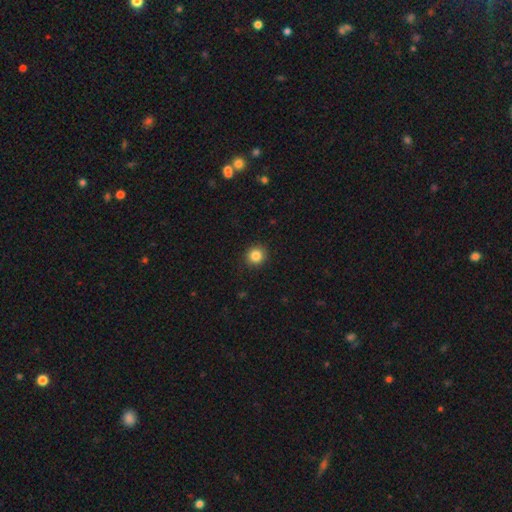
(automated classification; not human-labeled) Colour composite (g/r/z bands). It shows a smooth galaxy with no disk features (85%) that is round (91%). Merging: none (91%).